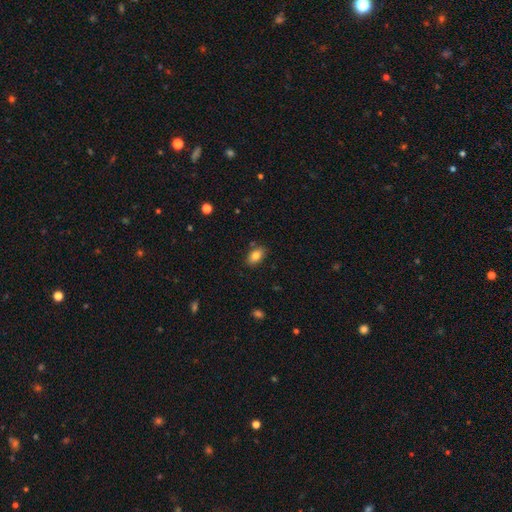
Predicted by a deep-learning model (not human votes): Smooth or featured?
  - smooth: 82% *
  - featured or disk: 9%
  - star or artifact: 8%
How rounded?
  - in between: 90% *
  - round: 7%
  - cigar-shaped: 3%
Merging?
  - none: 83% *
  - minor disturbance: 11%
  - merger: 3%
  - major disturbance: 2%